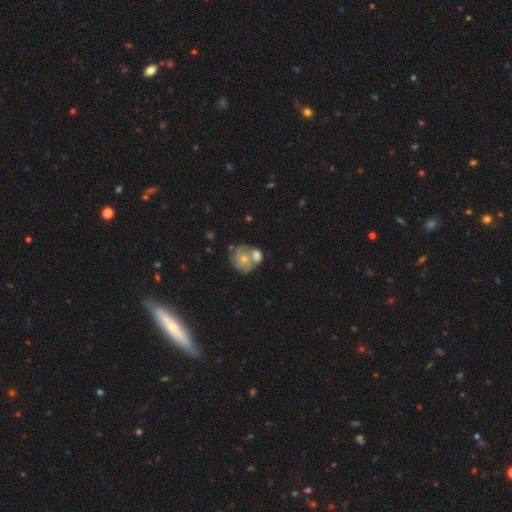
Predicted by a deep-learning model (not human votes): smooth-or-featured: smooth: 52% | featured or disk: 40% | star or artifact: 8%
  how-rounded: round: 67% | in between: 31% | cigar-shaped: 1%
  merging: merger: 49% | none: 32% | minor disturbance: 13% | major disturbance: 7%